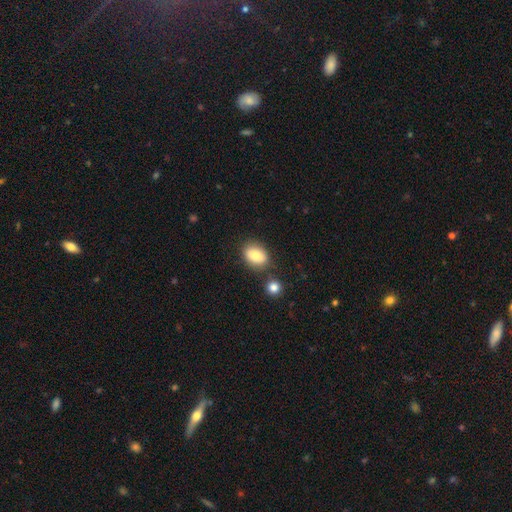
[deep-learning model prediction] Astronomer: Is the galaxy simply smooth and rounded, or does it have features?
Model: smooth — 82%.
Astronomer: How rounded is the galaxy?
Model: in between — 73%.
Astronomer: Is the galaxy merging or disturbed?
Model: none — 74%.